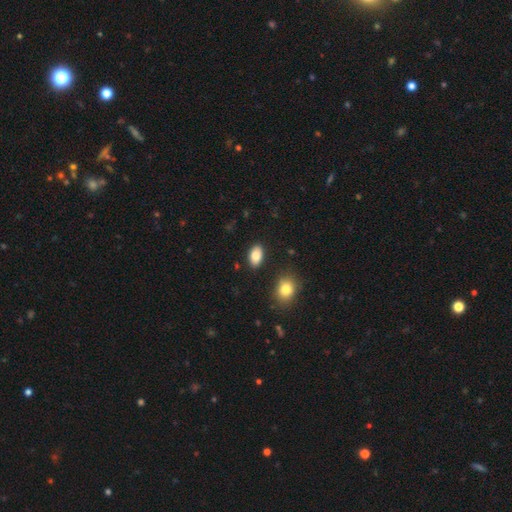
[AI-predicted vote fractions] A smooth galaxy with no disk features (85%) that is in between round and cigar-shaped (92%). Merging: none (87%).